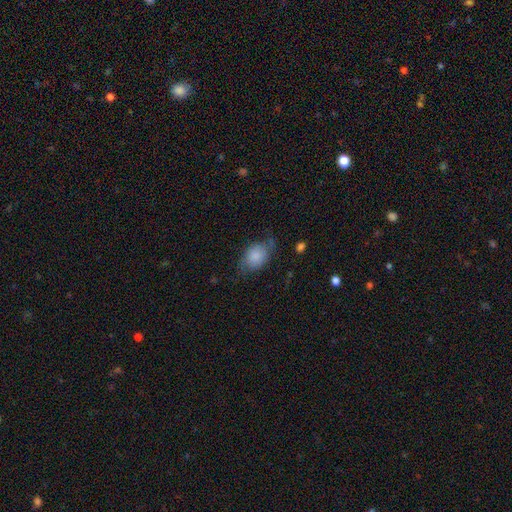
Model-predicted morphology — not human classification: Smooth or featured: smooth — 77% (featured or disk — 15%)
How rounded: in between — 76% (round — 22%)
Merging: none — 53% (minor disturbance — 32%)